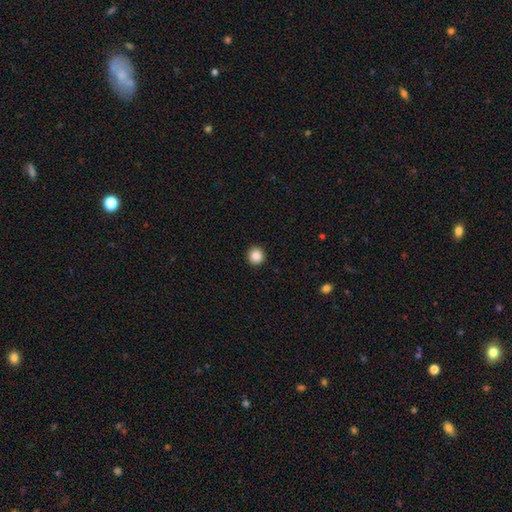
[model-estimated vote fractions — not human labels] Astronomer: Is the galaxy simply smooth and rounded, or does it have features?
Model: smooth — 88%.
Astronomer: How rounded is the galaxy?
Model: round — 94%.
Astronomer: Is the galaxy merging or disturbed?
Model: none — 93%.